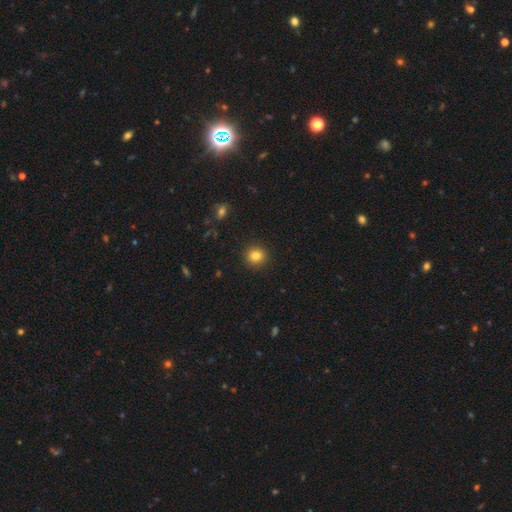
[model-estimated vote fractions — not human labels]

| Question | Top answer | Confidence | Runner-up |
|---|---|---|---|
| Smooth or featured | smooth | 83% | star or artifact (11%) |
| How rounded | round | 91% | in between (8%) |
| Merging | none | 92% | minor disturbance (5%) |